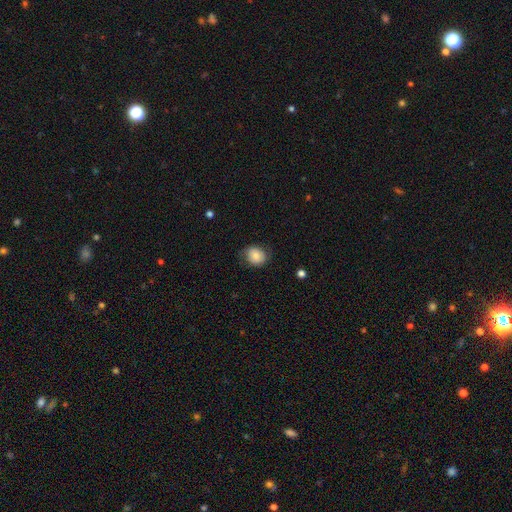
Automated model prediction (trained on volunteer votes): smooth_or_featured: smooth (p=0.77) [alt: featured or disk p=0.14]
how_rounded: round (p=0.65) [alt: in between p=0.34]
merging: none (p=0.72) [alt: minor disturbance p=0.20]